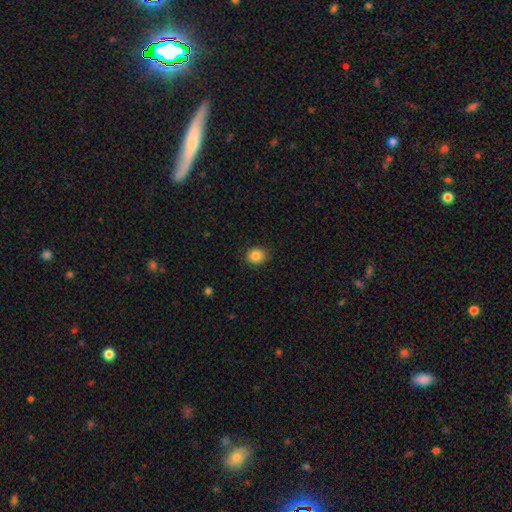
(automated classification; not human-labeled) smooth 86%, star or artifact 10%, featured or disk 5%. Down the decision tree: how rounded — round (69%); merging — none (87%).